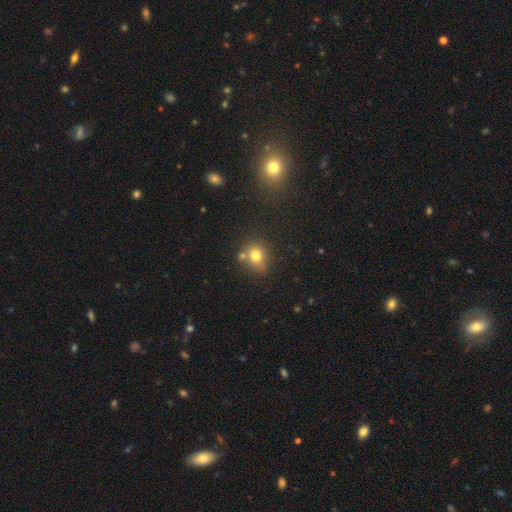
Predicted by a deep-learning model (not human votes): Q: Smooth or featured?
A: smooth (73%); runner-up: star or artifact (15%)
Q: How rounded?
A: round (77%); runner-up: in between (22%)
Q: Merging?
A: none (63%); runner-up: merger (17%)